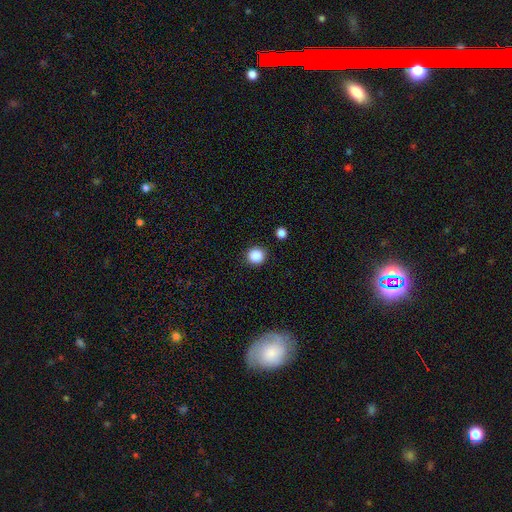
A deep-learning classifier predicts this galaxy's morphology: A smooth galaxy with no disk features (87%) that is round (94%).

Vote fractions:
- Smooth or featured? smooth: 87% / star or artifact: 10% / featured or disk: 3%
- How rounded? round: 94% / in between: 6% / cigar-shaped: 1%
- Merging? none: 90% / minor disturbance: 6% / major disturbance: 2% / merger: 2%